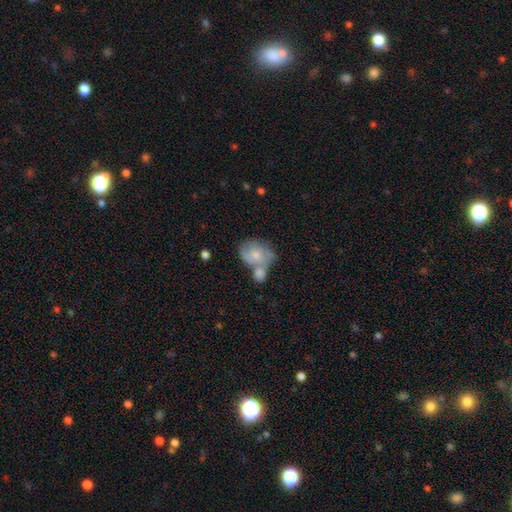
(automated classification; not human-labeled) smooth 61%, featured or disk 32%, star or artifact 7%. Down the decision tree: how rounded — in between (51%); merging — merger (49%).